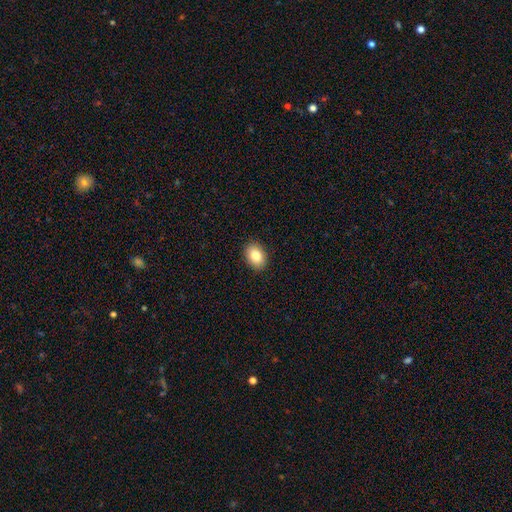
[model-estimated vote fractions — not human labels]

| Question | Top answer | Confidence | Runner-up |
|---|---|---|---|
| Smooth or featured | smooth | 84% | featured or disk (8%) |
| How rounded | in between | 77% | round (22%) |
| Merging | none | 91% | minor disturbance (7%) |